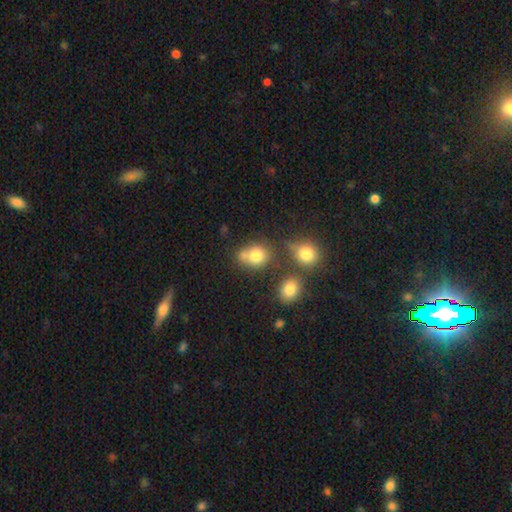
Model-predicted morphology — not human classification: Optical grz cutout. It shows a smooth galaxy with no disk features (77%) that is round (63%). Merging: none (49%).